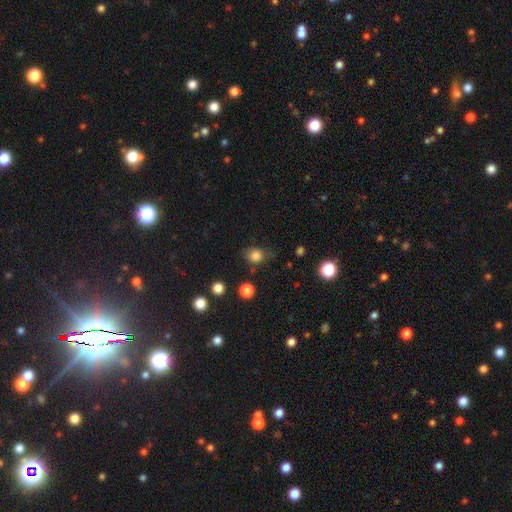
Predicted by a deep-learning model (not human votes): This is clearly a smooth galaxy (82%). How rounded: likely round (70%). Merging: likely none (70%).